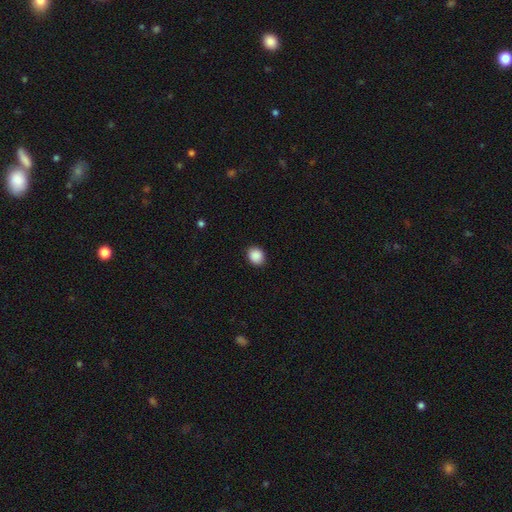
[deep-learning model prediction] The model was most divided on "how rounded": round: 64%, in between: 35%, cigar-shaped: 1%. More confident: merging — none (90%); smooth or featured — smooth (89%).